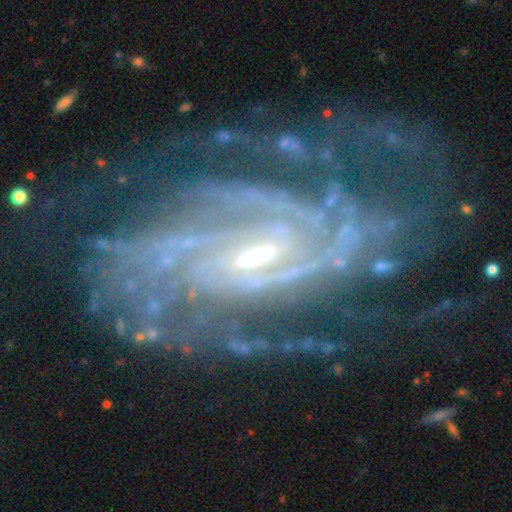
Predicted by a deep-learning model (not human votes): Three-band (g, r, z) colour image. It shows a featured or disk galaxy (91%) with a weak bar (46%), can't tell (22%, tied with 2) tight (57%) spiral arms (97%) and a small central bulge (55%). Merging: none (61%).